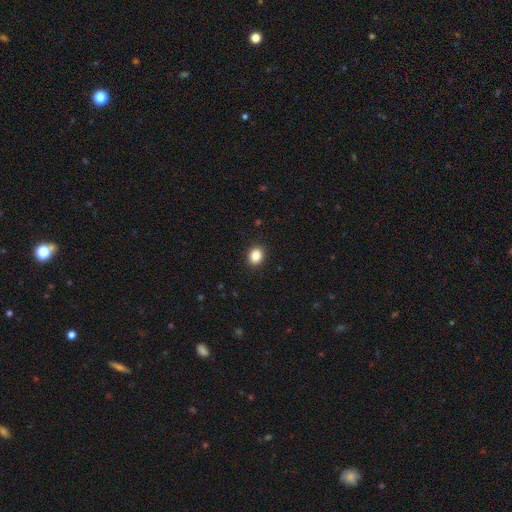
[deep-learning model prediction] A smooth galaxy with no disk features (86%) that is round (61%).

Vote fractions:
- Smooth or featured? smooth: 86% / star or artifact: 10% / featured or disk: 4%
- How rounded? round: 61% / in between: 38% / cigar-shaped: 1%
- Merging? none: 91% / minor disturbance: 6% / major disturbance: 2% / merger: 1%